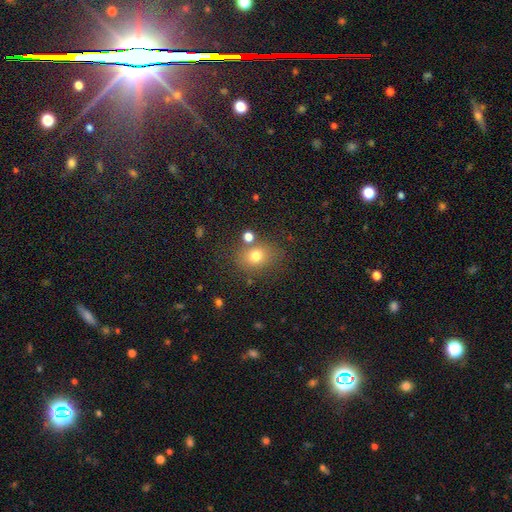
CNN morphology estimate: Q: Smooth or featured?
A: smooth (74%); runner-up: star or artifact (15%)
Q: How rounded?
A: round (57%); runner-up: in between (42%)
Q: Merging?
A: none (71%); runner-up: minor disturbance (13%)